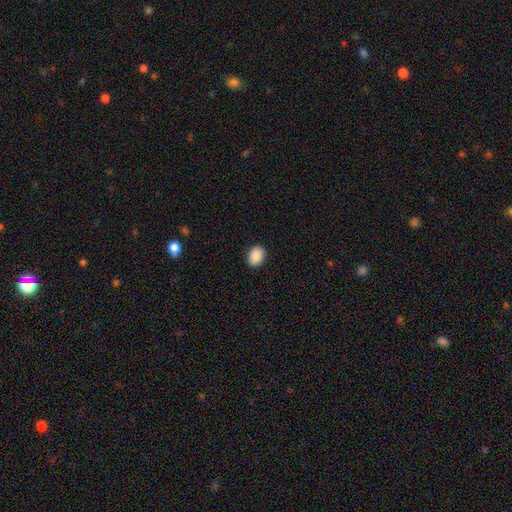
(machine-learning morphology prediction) Overall: smooth (90%). How rounded: in between (78%). Merging: none (90%).